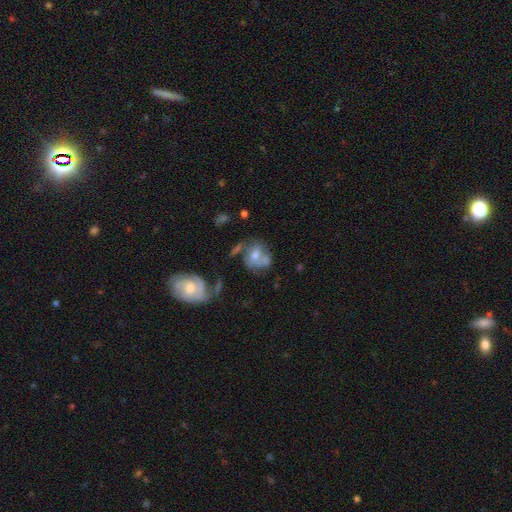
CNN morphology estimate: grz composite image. It shows a featured or disk galaxy (57%) with no bar (70%), spiral arms (67%) and a moderate central bulge (63%). Merging: none (43%).